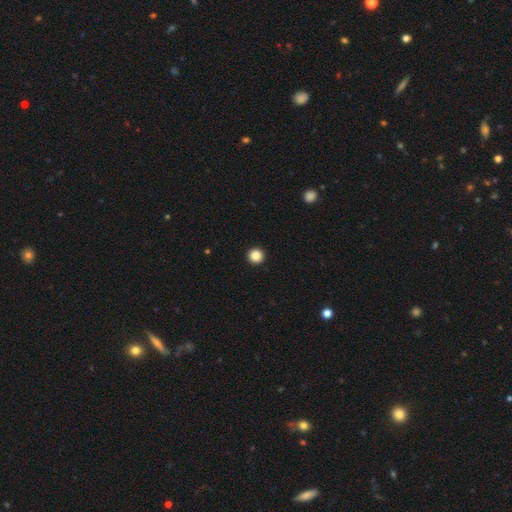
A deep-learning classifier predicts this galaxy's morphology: Smooth or featured?
  - smooth: 87% *
  - star or artifact: 10%
  - featured or disk: 3%
How rounded?
  - round: 97% *
  - in between: 2%
  - cigar-shaped: 1%
Merging?
  - none: 94% *
  - minor disturbance: 3%
  - major disturbance: 1%
  - merger: 1%